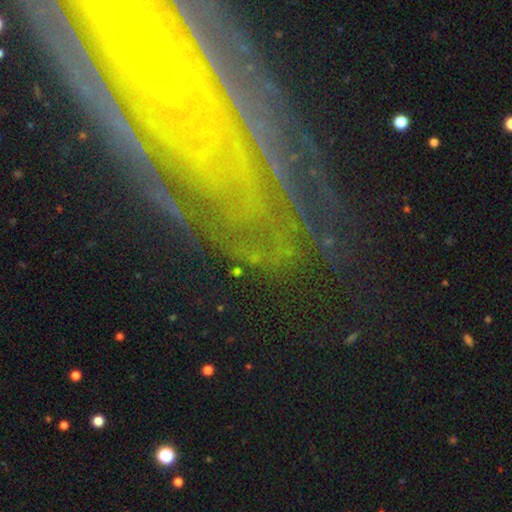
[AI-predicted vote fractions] Smooth or featured?
  - star or artifact: 55% *
  - featured or disk: 29%
  - smooth: 16%